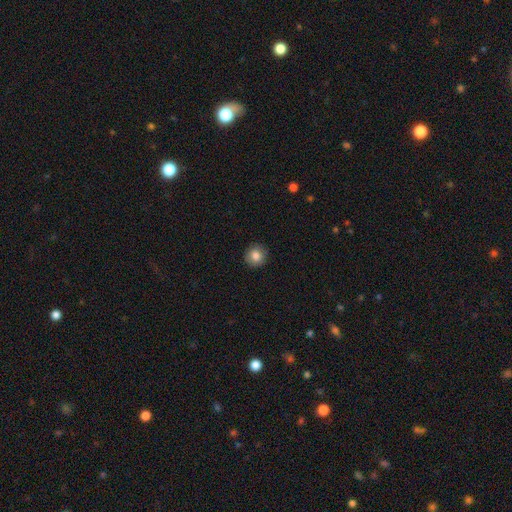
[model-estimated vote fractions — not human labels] smooth-or-featured: smooth: 83% | star or artifact: 9% | featured or disk: 7%
  how-rounded: round: 92% | in between: 7% | cigar-shaped: 1%
  merging: none: 90% | minor disturbance: 7% | major disturbance: 2% | merger: 1%